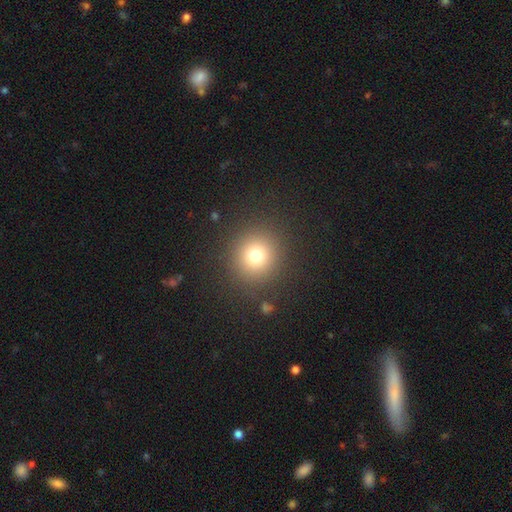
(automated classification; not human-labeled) A smooth galaxy with no disk features (74%) that is round (92%). Merging: none (88%).